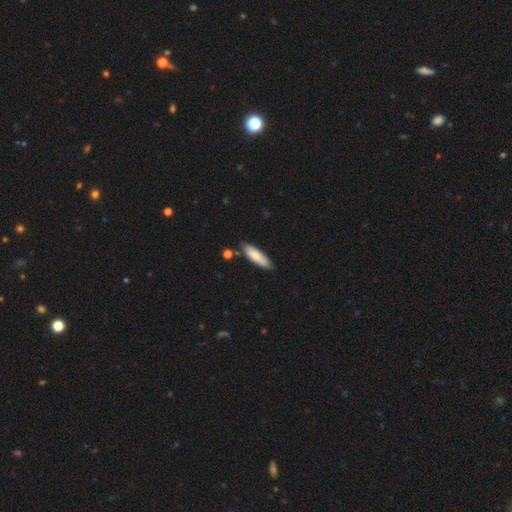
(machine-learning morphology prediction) The model was most divided on "how rounded": cigar-shaped: 58%, in between: 40%, round: 2%. More confident: merging — none (79%); smooth or featured — smooth (77%).